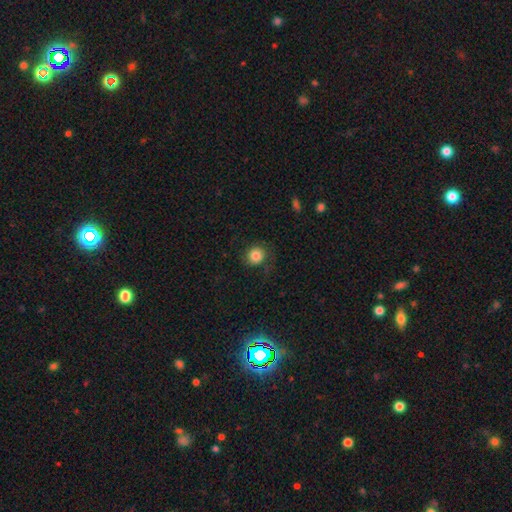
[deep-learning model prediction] smooth_or_featured: smooth (p=0.83) [alt: star or artifact p=0.10]
how_rounded: round (p=0.89) [alt: in between p=0.10]
merging: none (p=0.79) [alt: minor disturbance p=0.13]